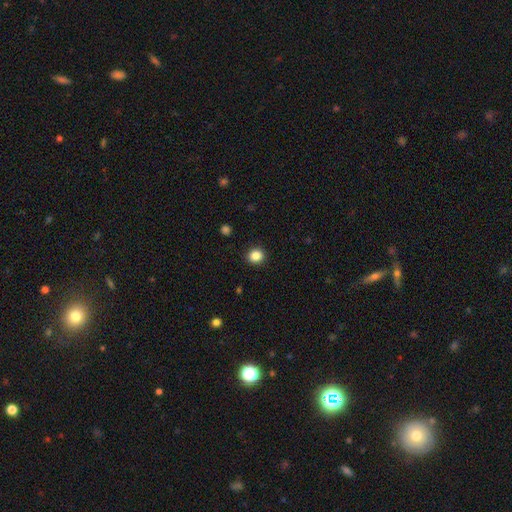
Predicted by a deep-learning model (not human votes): A smooth galaxy with no disk features (85%) that is round (84%). Merging: none (92%).